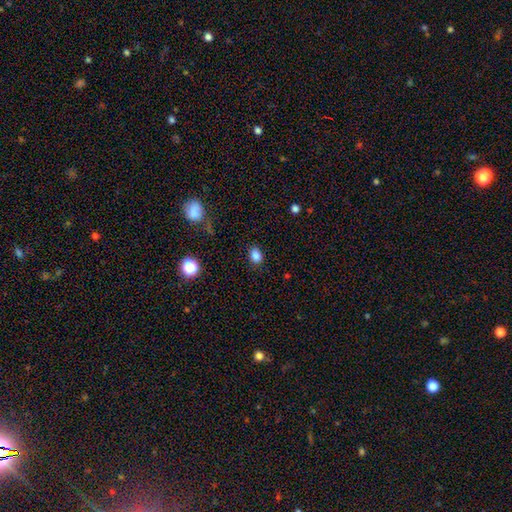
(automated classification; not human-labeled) Smooth or featured? smooth (84%)
How rounded? in between (67%)
Merging? none (85%)